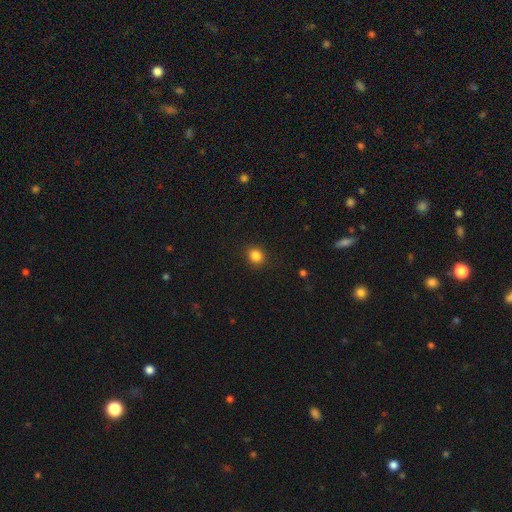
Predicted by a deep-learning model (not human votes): The model was most divided on "how rounded": round: 76%, in between: 23%, cigar-shaped: 1%. More confident: merging — none (89%); smooth or featured — smooth (85%).